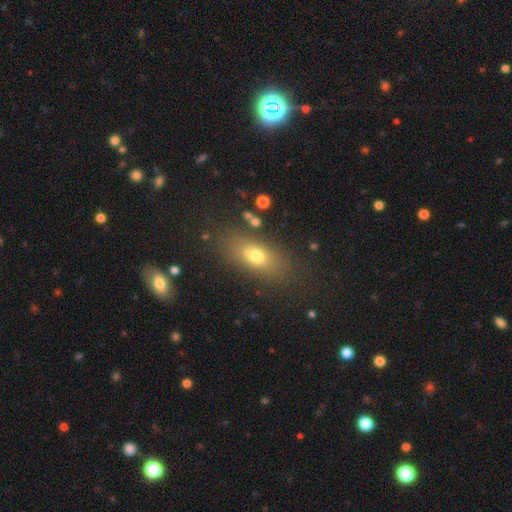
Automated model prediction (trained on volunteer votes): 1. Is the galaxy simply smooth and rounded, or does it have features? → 69% smooth, 17% featured or disk, 14% star or artifact.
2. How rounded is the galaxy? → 76% in between, 12% round, 11% cigar-shaped.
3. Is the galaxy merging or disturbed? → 74% none, 13% minor disturbance, 7% merger, 6% major disturbance.